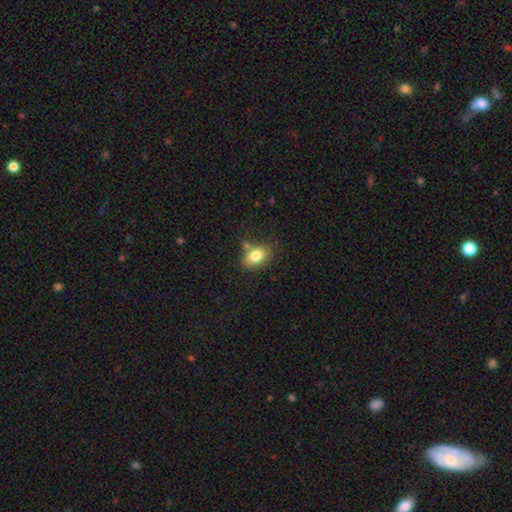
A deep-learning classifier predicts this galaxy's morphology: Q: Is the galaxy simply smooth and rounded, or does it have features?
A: smooth — 81%.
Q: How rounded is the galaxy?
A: in between — 84%.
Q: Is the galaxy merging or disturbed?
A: none — 67%.